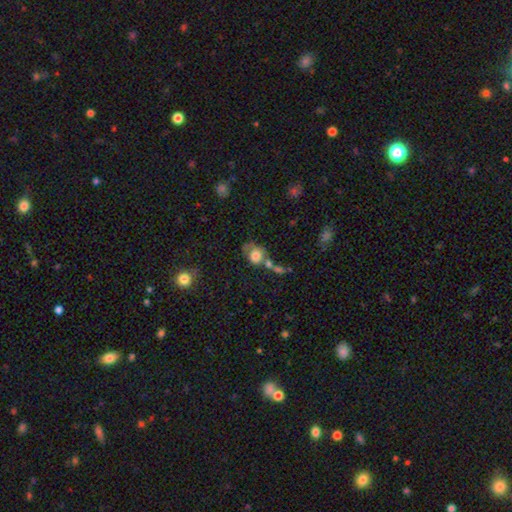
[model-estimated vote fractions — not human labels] A smooth galaxy with no disk features (73%) that is round (63%).

Vote fractions:
- Smooth or featured? smooth: 73% / featured or disk: 17% / star or artifact: 10%
- How rounded? round: 63% / in between: 36% / cigar-shaped: 1%
- Merging? none: 33% / merger: 29% / minor disturbance: 21% / major disturbance: 17%